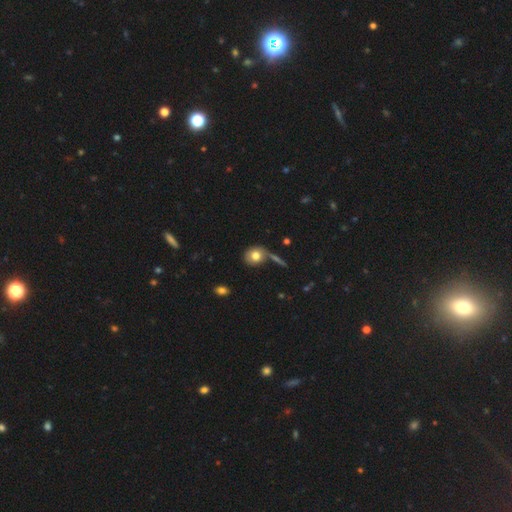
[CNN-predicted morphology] Q: Smooth or featured?
A: smooth (77%); runner-up: featured or disk (14%)
Q: How rounded?
A: round (68%); runner-up: in between (30%)
Q: Merging?
A: none (61%); runner-up: minor disturbance (16%)